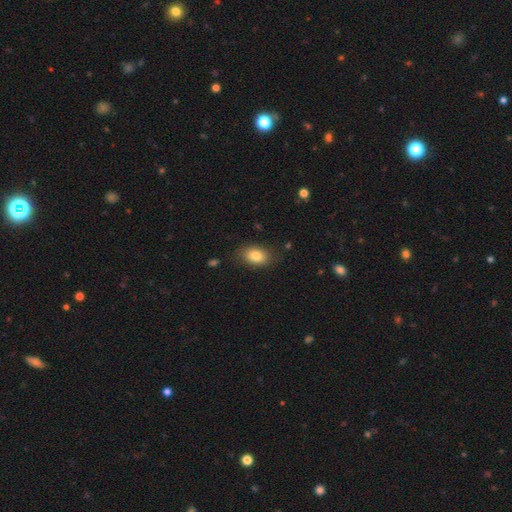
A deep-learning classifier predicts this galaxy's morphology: A smooth galaxy with no disk features (82%) that is in between round and cigar-shaped (82%).

Vote fractions:
- Smooth or featured? smooth: 82% / featured or disk: 9% / star or artifact: 8%
- How rounded? in between: 82% / round: 17% / cigar-shaped: 1%
- Merging? none: 82% / minor disturbance: 14% / major disturbance: 3% / merger: 1%